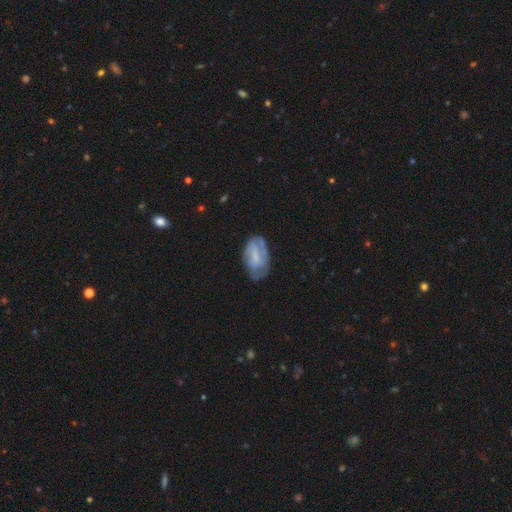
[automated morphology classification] Smooth or featured: featured or disk — 52% (smooth — 41%)
Edge-on disk: no — 95% (yes — 5%)
Merging: none — 54% (minor disturbance — 30%)